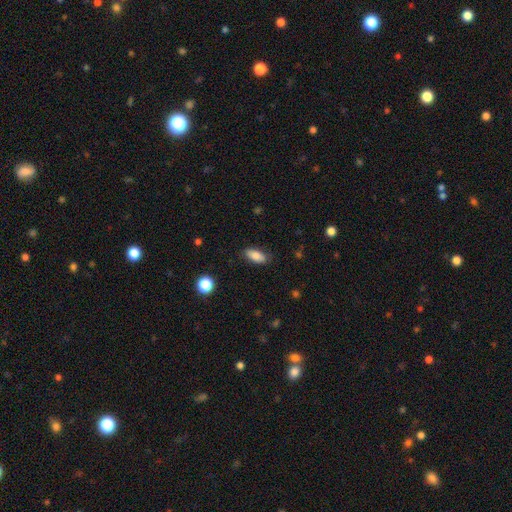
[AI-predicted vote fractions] The model was most divided on "smooth or featured": smooth: 82%, featured or disk: 11%, star or artifact: 7%. More confident: how rounded — in between (85%); merging — none (84%).